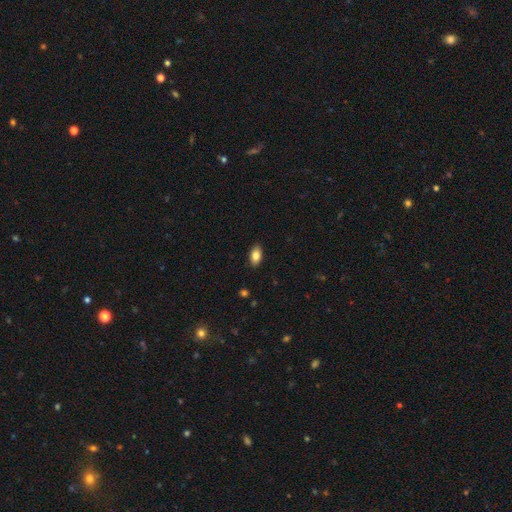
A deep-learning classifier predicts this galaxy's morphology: A smooth galaxy with no disk features (85%) that is in between round and cigar-shaped (92%). Merging: none (88%).